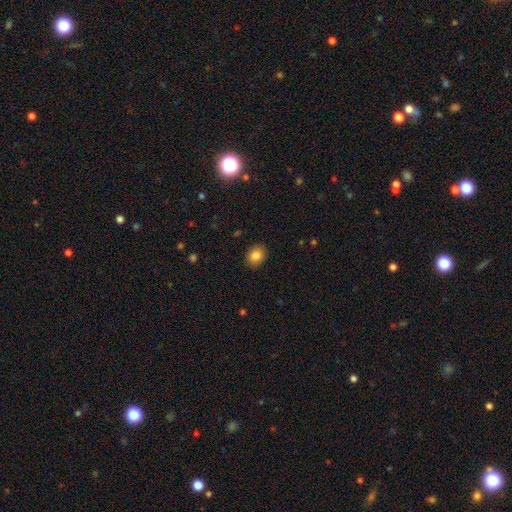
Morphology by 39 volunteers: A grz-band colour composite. It shows a smooth galaxy with no disk features (90%) that is in between round and cigar-shaped (51%). Merging: none (86%).